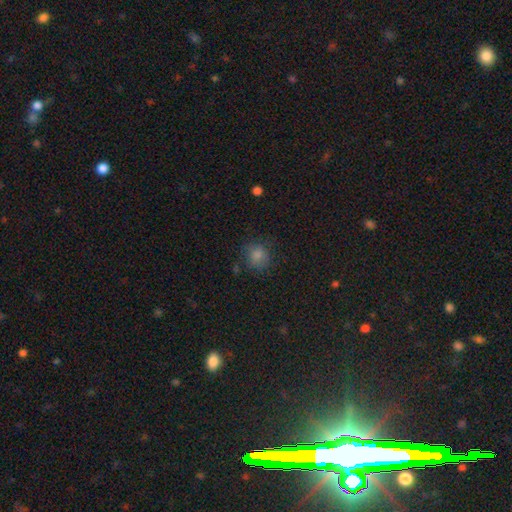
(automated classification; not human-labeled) Smooth or featured?
  - smooth: 69% *
  - star or artifact: 23%
  - featured or disk: 8%
How rounded?
  - round: 84% *
  - in between: 15%
  - cigar-shaped: 1%
Merging?
  - none: 80% *
  - minor disturbance: 14%
  - major disturbance: 4%
  - merger: 2%